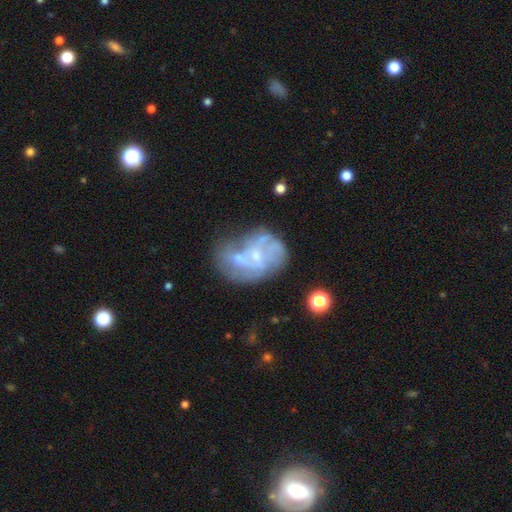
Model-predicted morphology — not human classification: Smooth or featured: featured or disk — 71% (smooth — 19%)
Edge-on disk: no — 97% (yes — 3%)
Bar: no — 65% (weak — 29%)
Spiral arms: yes — 60% (no — 40%)
Bulge size: small — 63% (moderate — 19%)
Merging: none — 38% (merger — 22%)